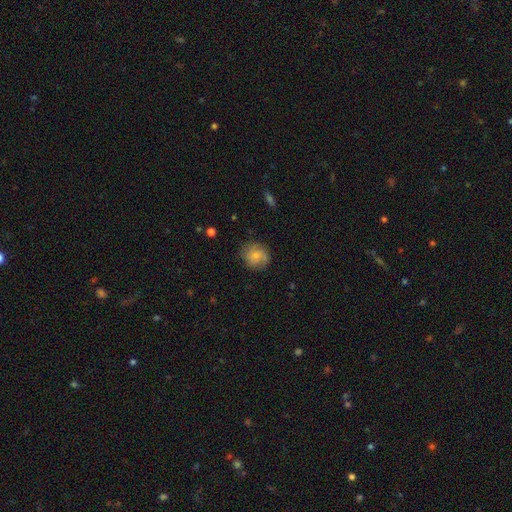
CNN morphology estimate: Smooth or featured: smooth — 56% (featured or disk — 35%)
How rounded: round — 81% (in between — 18%)
Merging: none — 75% (minor disturbance — 18%)